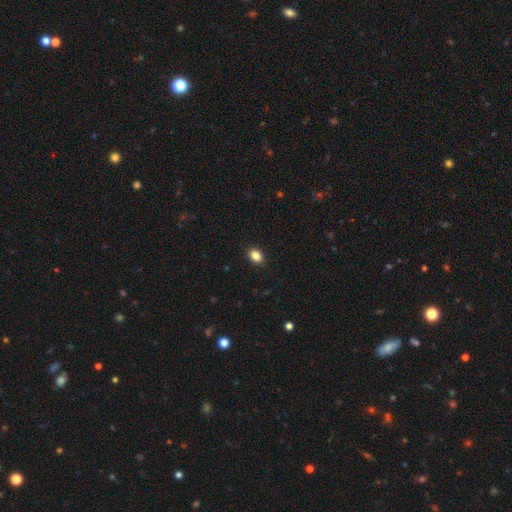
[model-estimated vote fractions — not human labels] The model was most divided on "how rounded": in between: 69%, round: 30%, cigar-shaped: 1%. More confident: merging — none (90%); smooth or featured — smooth (86%).